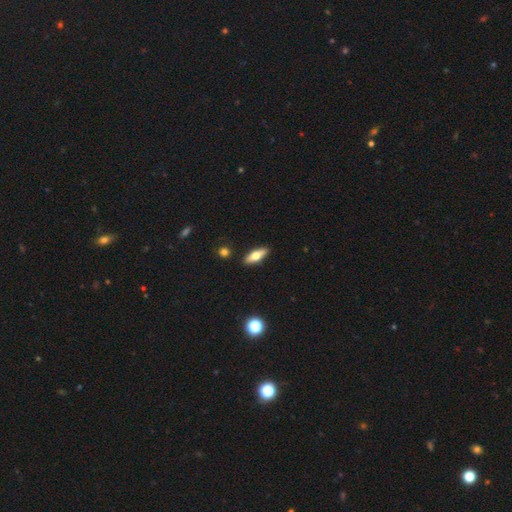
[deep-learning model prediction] smooth_or_featured: smooth (p=0.57) [alt: featured or disk p=0.36]
how_rounded: in between (p=0.58) [alt: cigar-shaped p=0.39]
merging: none (p=0.89) [alt: minor disturbance p=0.08]